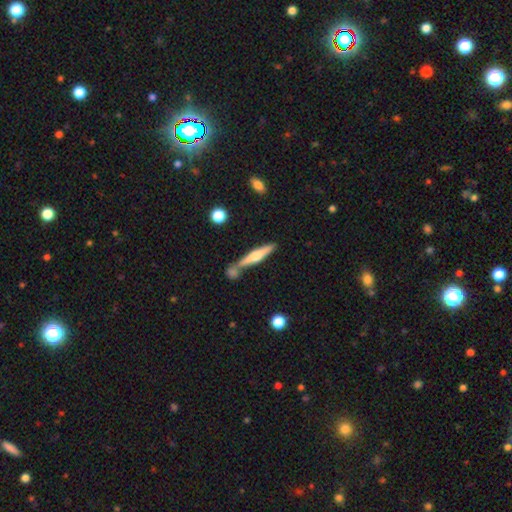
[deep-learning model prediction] Smooth or featured?
  - featured or disk: 57% *
  - smooth: 37%
  - star or artifact: 6%
Edge-on disk?
  - yes: 95% *
  - no: 5%
Edge-on bulge?
  - rounded: 85% *
  - none: 8%
  - boxy: 7%
Merging?
  - none: 64% *
  - merger: 20%
  - minor disturbance: 12%
  - major disturbance: 4%